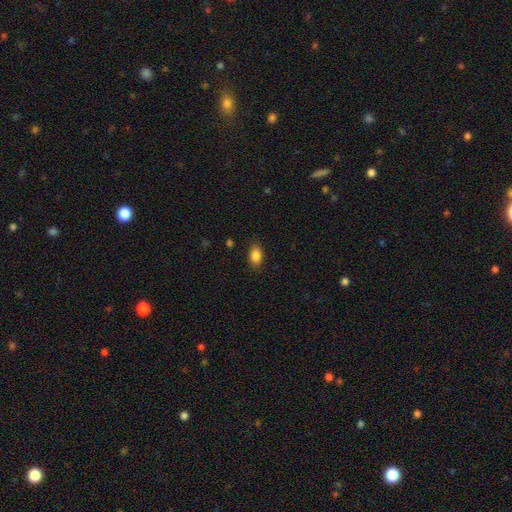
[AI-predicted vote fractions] Morphology: type=smooth (86%); roundness=in between (85%); merging=none (86%).